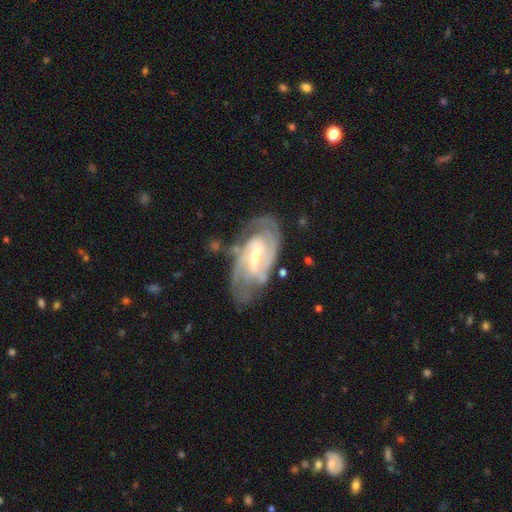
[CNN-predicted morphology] The model was most divided on "bar": weak: 44%, strong: 43%, no: 13%. Remaining: spiral arms — yes (98%); edge-on disk — no (96%); smooth or featured — featured or disk (91%); spiral arm count — 2 (74%); merging — none (71%); spiral winding — tight (48%); bulge size — small (47%).